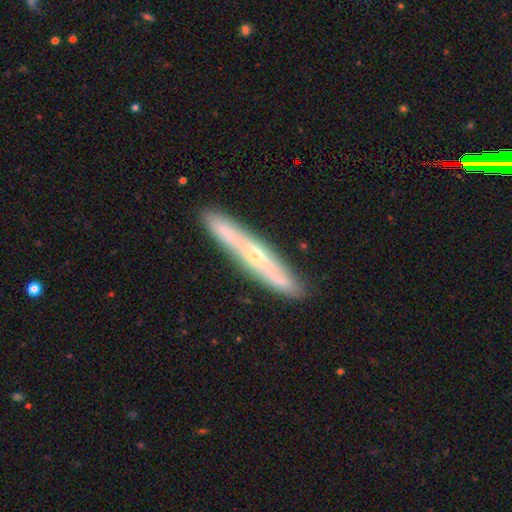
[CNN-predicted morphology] A featured or disk galaxy (68%) viewed edge-on (79%) with a rounded central bulge (72%).

Vote fractions:
- Smooth or featured? featured or disk: 68% / smooth: 26% / star or artifact: 7%
- Edge-on disk? yes: 79% / no: 21%
- Edge-on bulge? rounded: 72% / none: 25% / boxy: 3%
- Merging? none: 86% / minor disturbance: 10% / major disturbance: 2% / merger: 2%